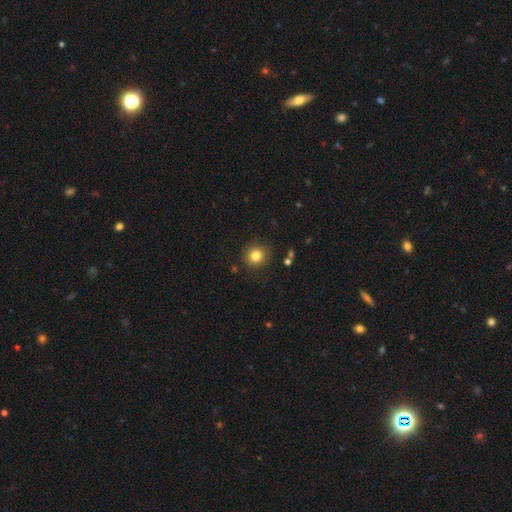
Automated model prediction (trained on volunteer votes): Smooth or featured: smooth — 82% (star or artifact — 12%)
How rounded: round — 91% (in between — 8%)
Merging: none — 88% (minor disturbance — 7%)